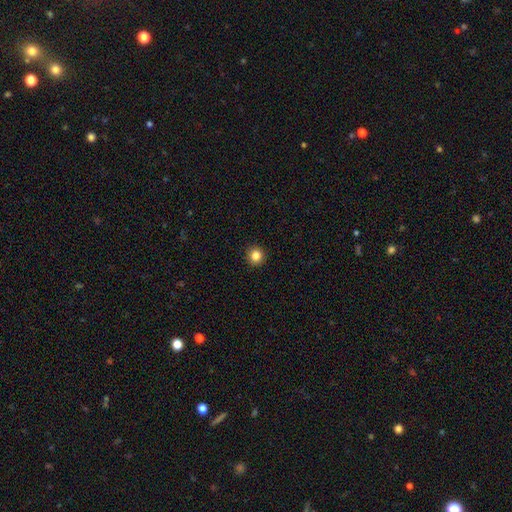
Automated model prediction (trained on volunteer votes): smooth-or-featured: smooth: 84% | star or artifact: 11% | featured or disk: 5%
  how-rounded: round: 92% | in between: 7% | cigar-shaped: 1%
  merging: none: 93% | minor disturbance: 5% | major disturbance: 1% | merger: 1%